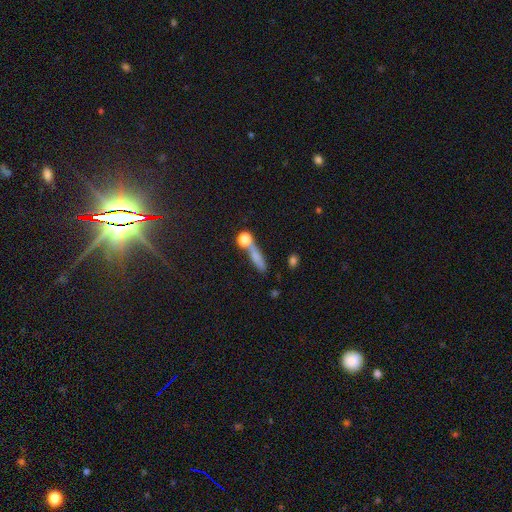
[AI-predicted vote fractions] This is likely a smooth galaxy (66%). How rounded: likely cigar-shaped (67%). Merging: possibly none (58%).